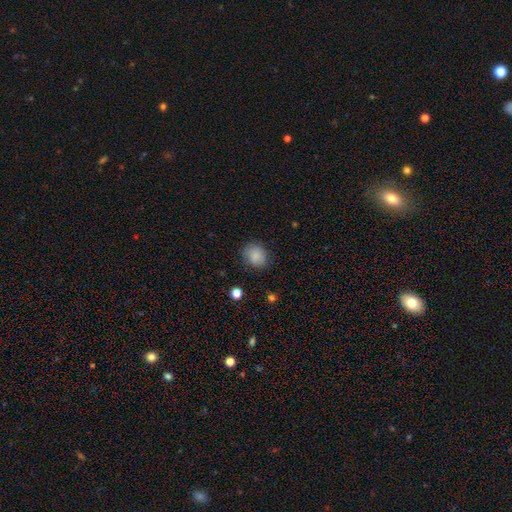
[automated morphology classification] smooth 87%, star or artifact 8%, featured or disk 5%. Down the decision tree: how rounded — round (62%); merging — none (82%).